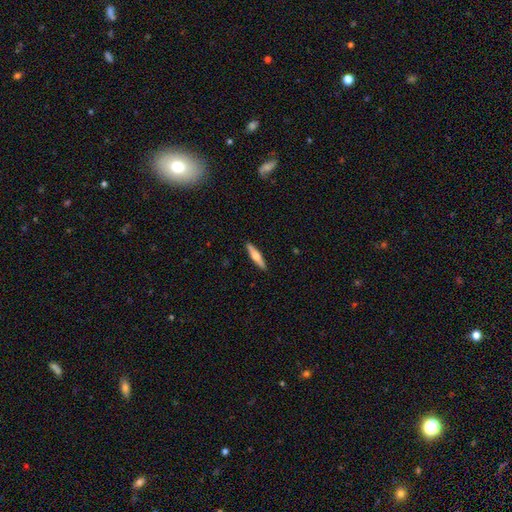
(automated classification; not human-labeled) featured or disk 52%, smooth 43%, star or artifact 5%. Down the decision tree: edge-on disk — yes (97%); edge-on bulge — rounded (83%); merging — none (91%).